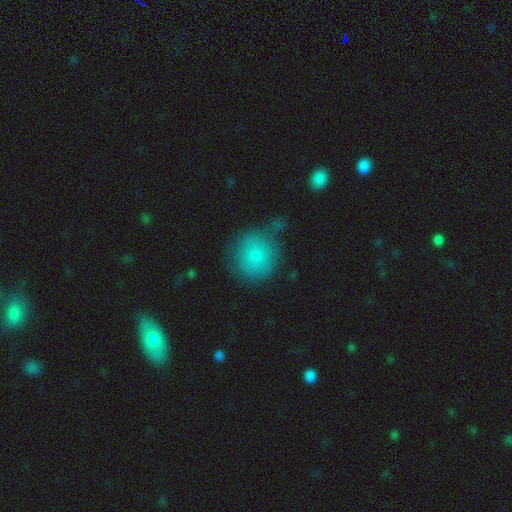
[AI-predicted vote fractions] smooth_or_featured: smooth (p=0.80) [alt: featured or disk p=0.11]
how_rounded: round (p=0.85) [alt: in between p=0.14]
merging: none (p=0.59) [alt: minor disturbance p=0.23]